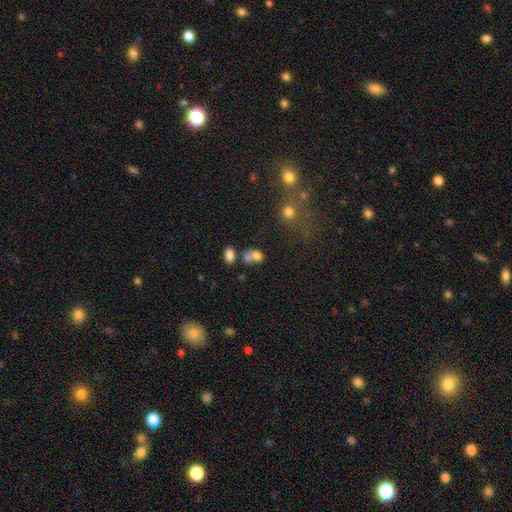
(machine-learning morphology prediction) This is likely a smooth galaxy (73%). How rounded: likely in between (67%). Merging: possibly merger (54%).